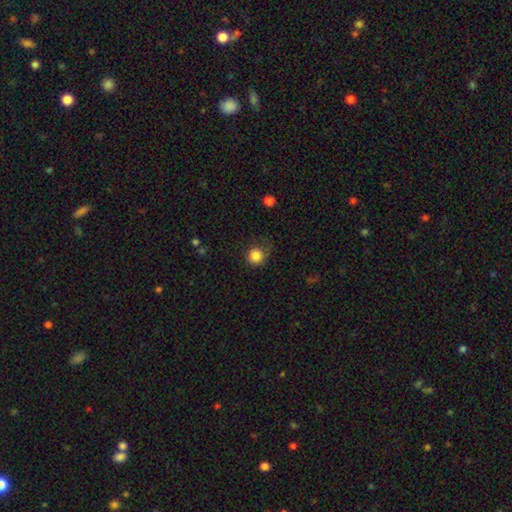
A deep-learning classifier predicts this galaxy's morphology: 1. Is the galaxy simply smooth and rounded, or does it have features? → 85% smooth, 10% star or artifact, 6% featured or disk.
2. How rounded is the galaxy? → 90% round, 9% in between, 1% cigar-shaped.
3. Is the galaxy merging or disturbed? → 63% none, 23% minor disturbance, 12% major disturbance, 2% merger.